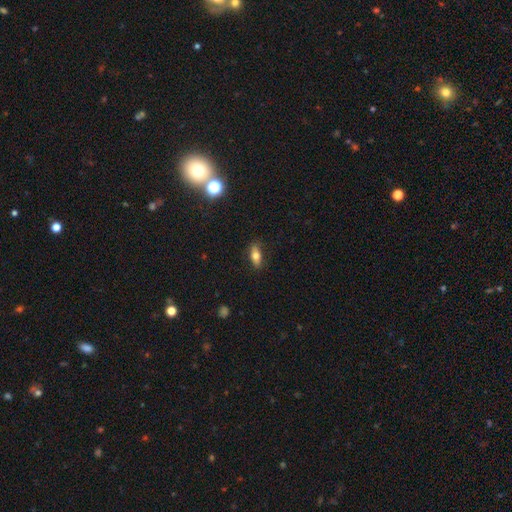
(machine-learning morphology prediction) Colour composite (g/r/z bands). It shows a smooth galaxy with no disk features (68%) that is in between round and cigar-shaped (73%). Merging: none (83%).